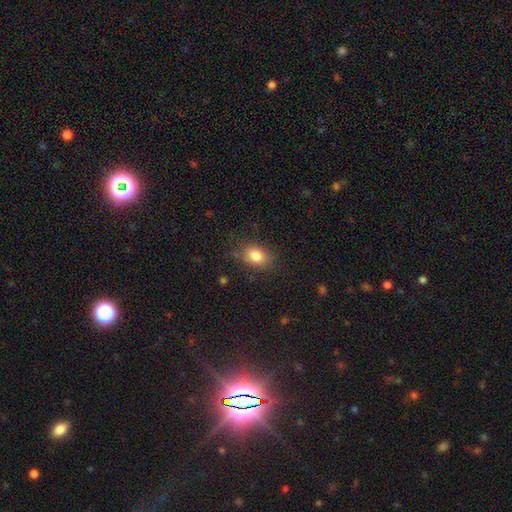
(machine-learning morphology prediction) A smooth galaxy with no disk features (83%) that is in between round and cigar-shaped (72%).

Vote fractions:
- Smooth or featured? smooth: 83% / star or artifact: 10% / featured or disk: 8%
- How rounded? in between: 72% / round: 27% / cigar-shaped: 1%
- Merging? none: 79% / minor disturbance: 15% / major disturbance: 4% / merger: 2%